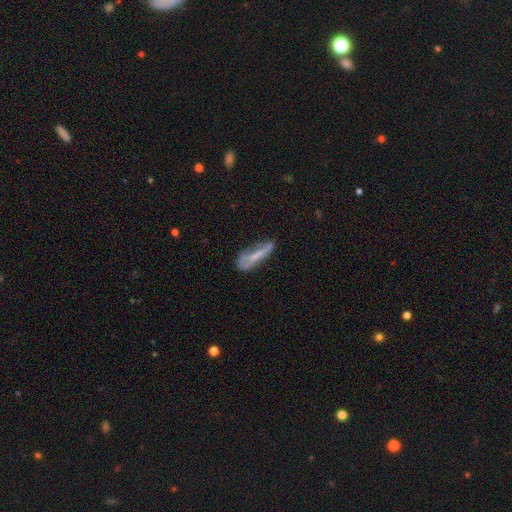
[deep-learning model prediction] Smooth or featured? Predicted: smooth (p=0.47). Merging? Predicted: none (p=0.40).